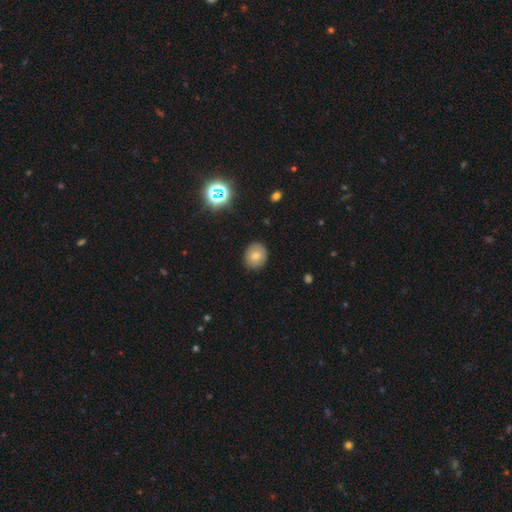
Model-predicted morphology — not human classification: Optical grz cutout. It shows a smooth galaxy with no disk features (74%) that is round (65%). Merging: none (87%).